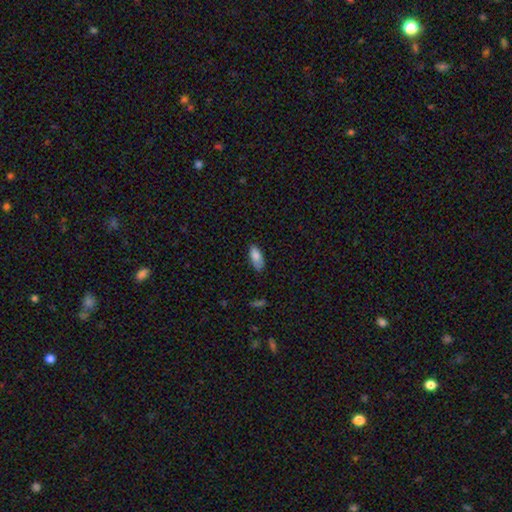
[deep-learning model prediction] The model was most divided on "merging": none: 71%, minor disturbance: 23%, major disturbance: 4%, merger: 2%. More confident: how rounded — in between (86%); smooth or featured — smooth (84%).